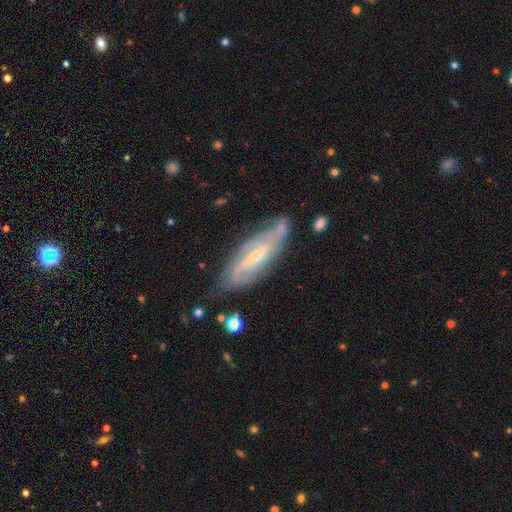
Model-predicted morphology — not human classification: The model was most divided on "spiral winding": medium: 42%, tight: 38%, loose: 20%. Remaining: spiral arms — yes (93%); edge-on disk — no (84%); smooth or featured — featured or disk (82%); merging — none (70%); bulge size — small (66%); spiral arm count — 2 (45%); bar — weak (45%).